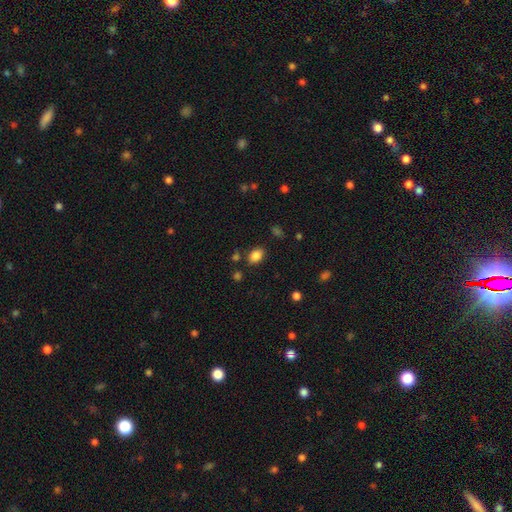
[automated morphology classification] Q: Smooth or featured?
A: smooth (85%); runner-up: star or artifact (10%)
Q: How rounded?
A: in between (80%); runner-up: round (19%)
Q: Merging?
A: none (82%); runner-up: minor disturbance (11%)